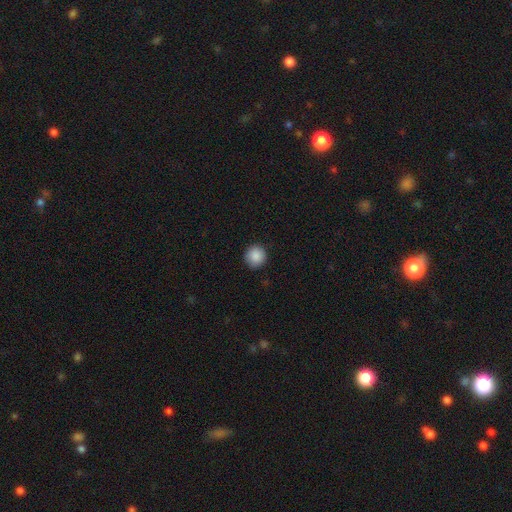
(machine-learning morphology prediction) Overall: smooth (89%). How rounded: round (94%). Merging: none (90%).